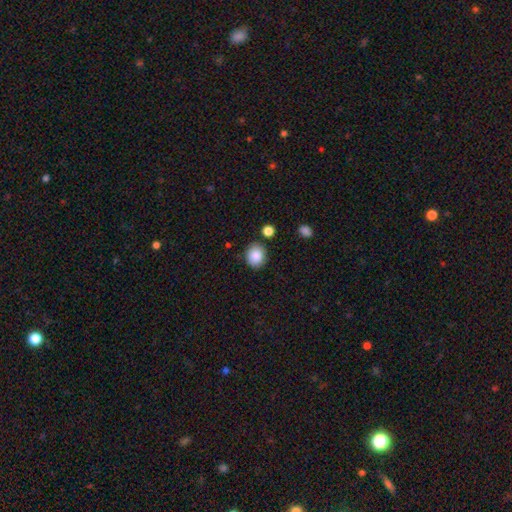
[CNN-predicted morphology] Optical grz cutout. It shows a smooth galaxy with no disk features (87%) that is round (66%). Merging: none (83%).